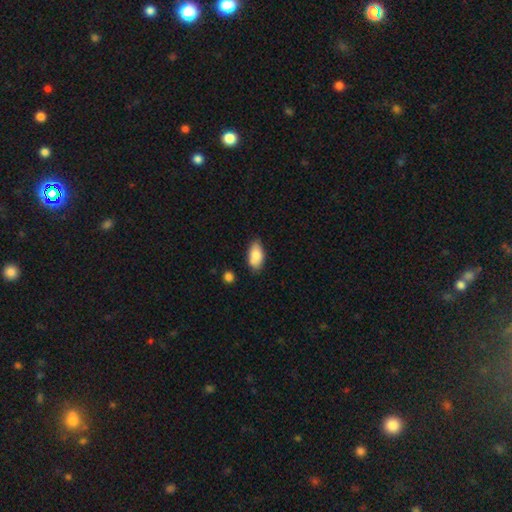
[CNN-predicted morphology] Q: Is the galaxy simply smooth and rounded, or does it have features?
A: smooth — 81%.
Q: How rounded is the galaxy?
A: in between — 92%.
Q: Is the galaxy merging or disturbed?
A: none — 73%.